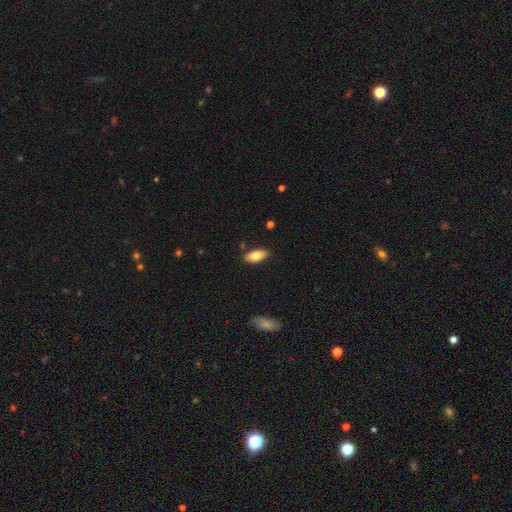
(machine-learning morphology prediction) smooth-or-featured: smooth: 77% | featured or disk: 17% | star or artifact: 6%
  how-rounded: in between: 88% | cigar-shaped: 10% | round: 2%
  merging: none: 86% | minor disturbance: 10% | major disturbance: 2% | merger: 2%